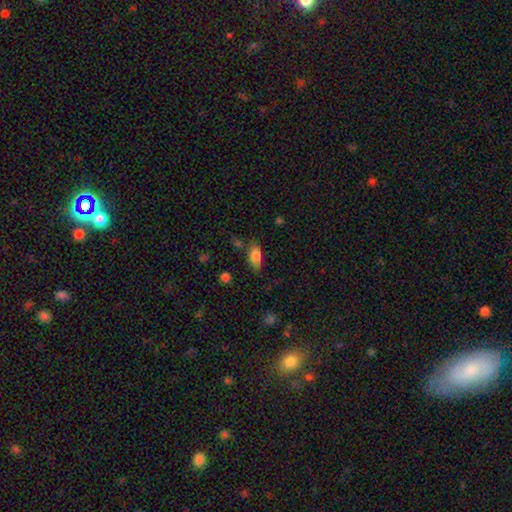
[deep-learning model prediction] Smooth or featured: smooth — 83% (star or artifact — 8%)
How rounded: in between — 87% (cigar-shaped — 10%)
Merging: none — 69% (minor disturbance — 21%)